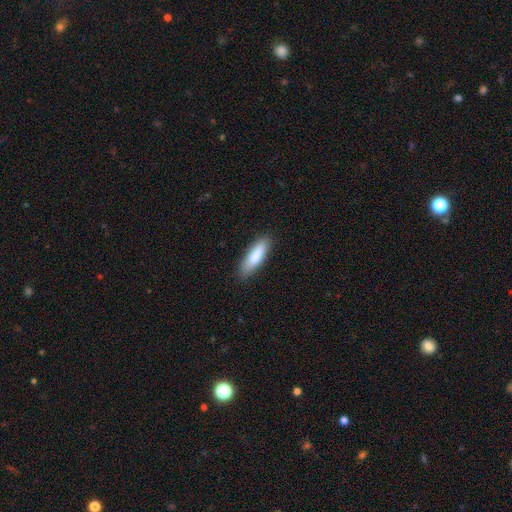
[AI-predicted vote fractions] Smooth or featured: smooth — 85% (featured or disk — 9%)
How rounded: cigar-shaped — 57% (in between — 42%)
Merging: none — 86% (minor disturbance — 11%)